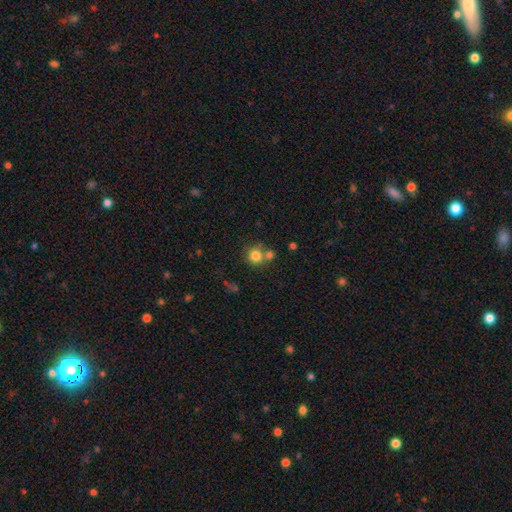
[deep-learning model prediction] Smooth or featured: smooth — 80% (star or artifact — 12%)
How rounded: round — 90% (in between — 9%)
Merging: none — 59% (merger — 29%)